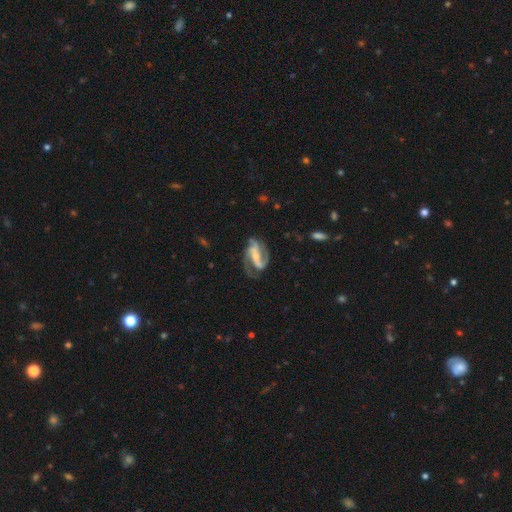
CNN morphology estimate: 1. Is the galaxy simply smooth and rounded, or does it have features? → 88% featured or disk, 7% smooth, 5% star or artifact.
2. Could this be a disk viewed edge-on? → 96% no, 4% yes.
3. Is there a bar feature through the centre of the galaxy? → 54% strong, 28% weak, 18% no.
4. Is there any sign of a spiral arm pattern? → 96% yes, 4% no.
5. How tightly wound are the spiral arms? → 49% medium, 28% loose, 23% tight.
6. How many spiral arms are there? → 64% 2, 21% 3, 6% can't tell, 4% 1, 3% 4, 2% more than 4.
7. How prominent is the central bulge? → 55% small, 36% moderate, 5% none, 4% large, 1% dominant.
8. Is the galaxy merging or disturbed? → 62% none, 19% minor disturbance, 16% major disturbance, 2% merger.